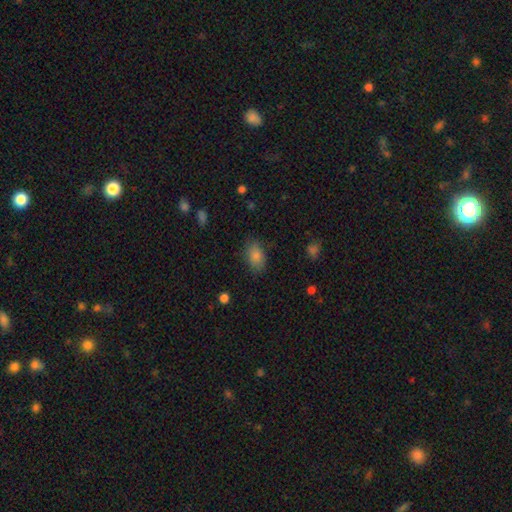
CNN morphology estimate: Smooth or featured: smooth — 82% (star or artifact — 10%)
How rounded: in between — 87% (round — 11%)
Merging: none — 82% (minor disturbance — 13%)